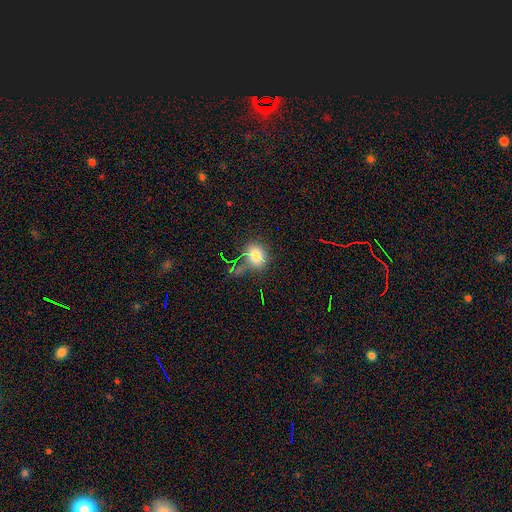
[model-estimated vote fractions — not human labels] This appears to be a smooth galaxy with no disk features (80%) that is round (51%). Merging: none (66%).